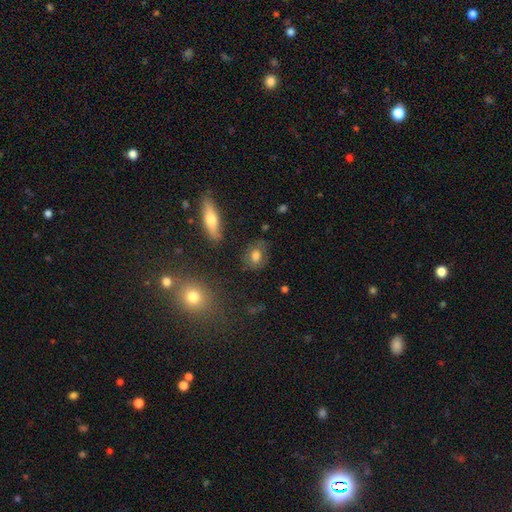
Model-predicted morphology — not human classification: smooth 69%, featured or disk 20%, star or artifact 11%. Down the decision tree: how rounded — in between (61%); merging — none (71%).